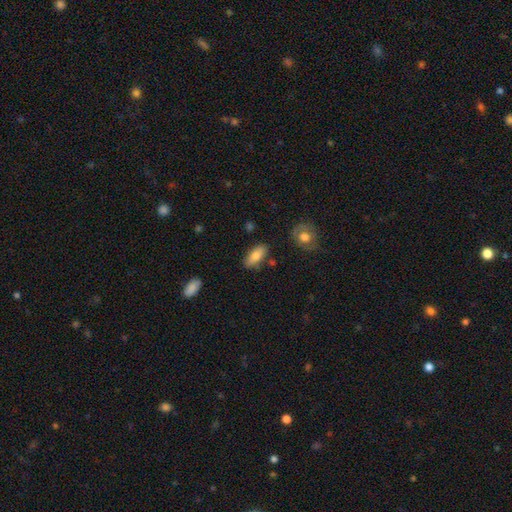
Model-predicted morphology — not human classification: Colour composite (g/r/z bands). It shows a smooth galaxy with no disk features (77%) that is in between round and cigar-shaped (80%). Merging: none (80%).